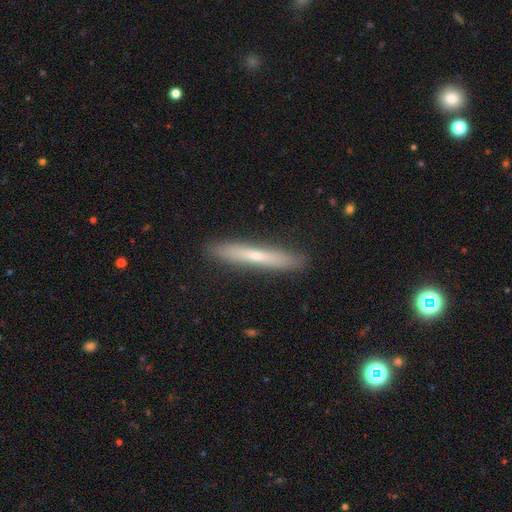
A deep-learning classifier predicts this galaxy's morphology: Q: Smooth or featured?
A: smooth (50%); runner-up: featured or disk (43%)
Q: How rounded?
A: cigar-shaped (95%); runner-up: in between (4%)
Q: Merging?
A: none (90%); runner-up: minor disturbance (8%)